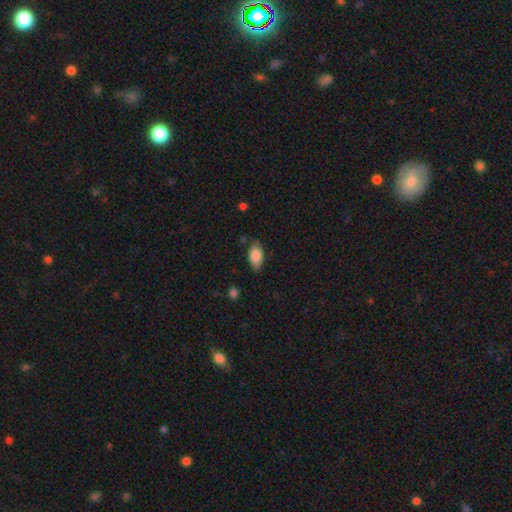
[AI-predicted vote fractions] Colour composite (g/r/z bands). It shows a smooth galaxy with no disk features (84%) that is in between round and cigar-shaped (91%). Merging: none (75%).